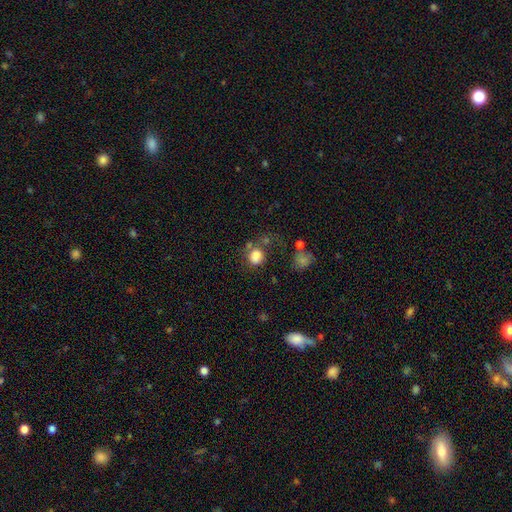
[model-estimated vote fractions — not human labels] Q: Smooth or featured?
A: smooth (80%); runner-up: star or artifact (12%)
Q: How rounded?
A: round (65%); runner-up: in between (34%)
Q: Merging?
A: none (49%); runner-up: minor disturbance (19%)